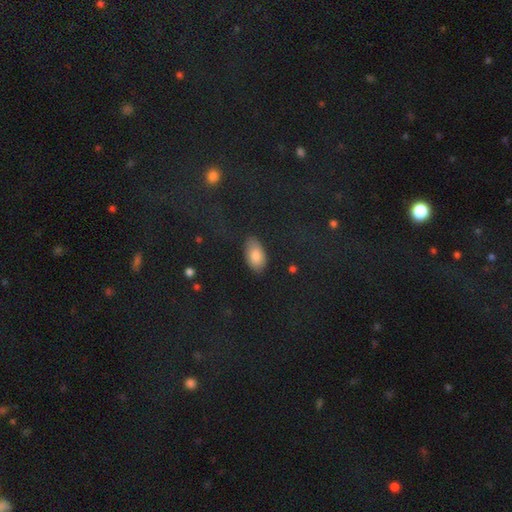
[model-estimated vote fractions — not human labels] A smooth galaxy with no disk features (78%) that is in between round and cigar-shaped (93%). Merging: none (82%).